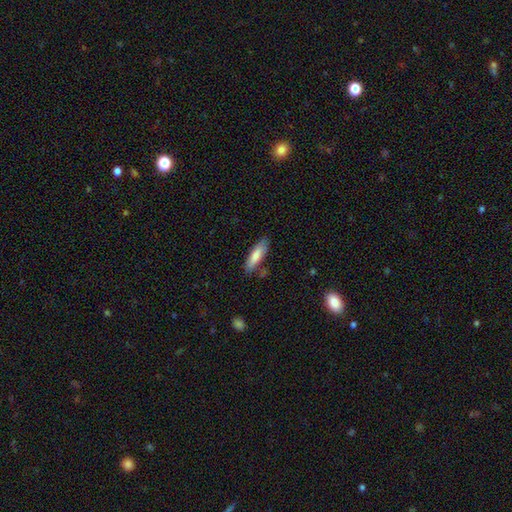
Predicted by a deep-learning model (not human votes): Smooth or featured? Predicted: smooth (p=0.76). How rounded? Predicted: cigar-shaped (p=0.57). Merging? Predicted: none (p=0.77).